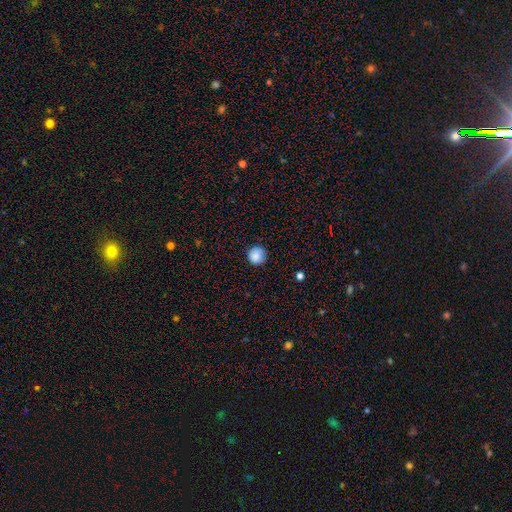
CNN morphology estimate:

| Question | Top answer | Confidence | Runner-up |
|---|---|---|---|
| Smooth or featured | smooth | 87% | star or artifact (9%) |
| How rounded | round | 95% | in between (4%) |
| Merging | none | 86% | minor disturbance (11%) |